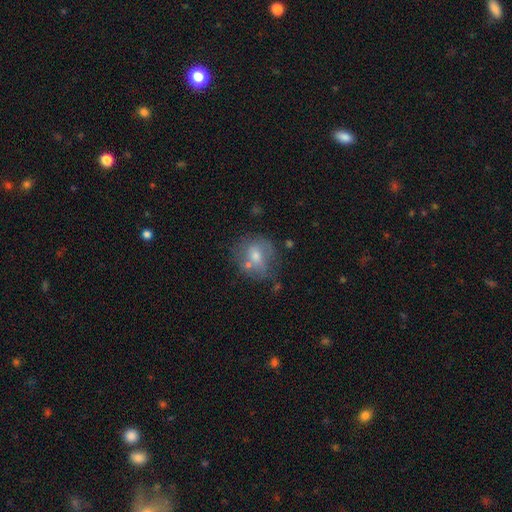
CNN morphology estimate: Smooth or featured: smooth — 50% (featured or disk — 38%)
Merging: none — 53% (minor disturbance — 22%)